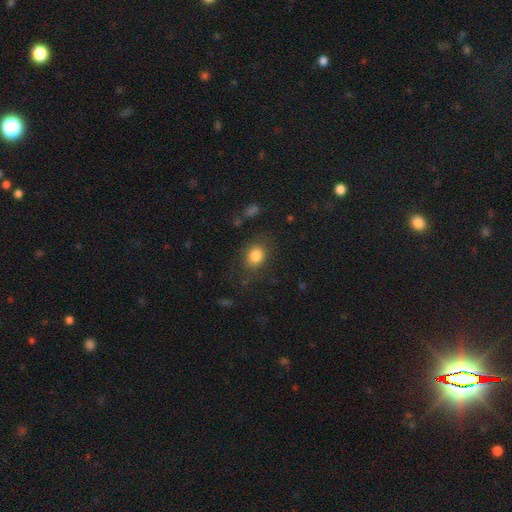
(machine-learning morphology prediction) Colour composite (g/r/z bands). It shows a smooth galaxy with no disk features (82%) that is round (53%). Merging: none (77%).